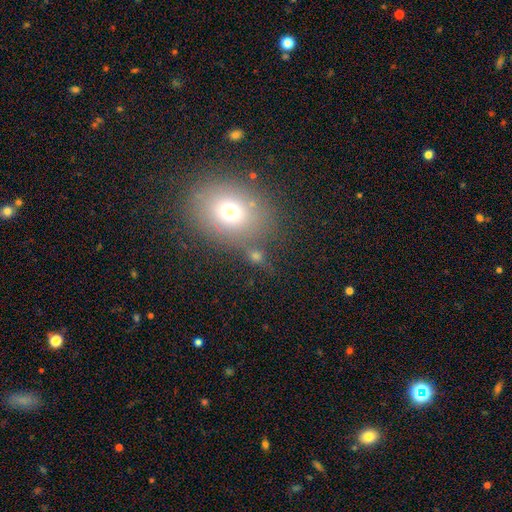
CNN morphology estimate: This is likely a smooth galaxy (62%). How rounded: possibly in between (51%). Merging: likely none (71%).